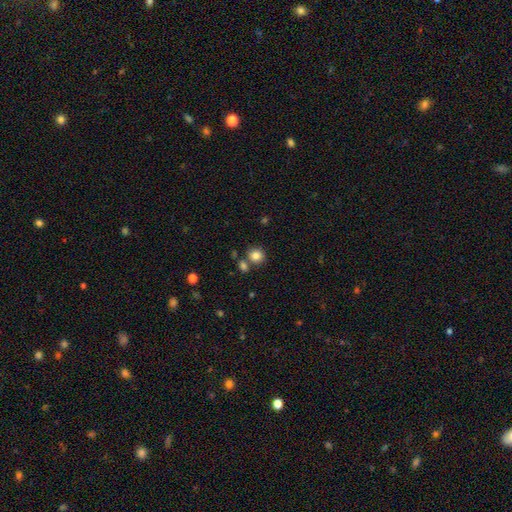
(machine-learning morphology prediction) The model was most divided on "merging": none: 72%, merger: 15%, minor disturbance: 10%, major disturbance: 3%. More confident: how rounded — round (85%); smooth or featured — smooth (83%).